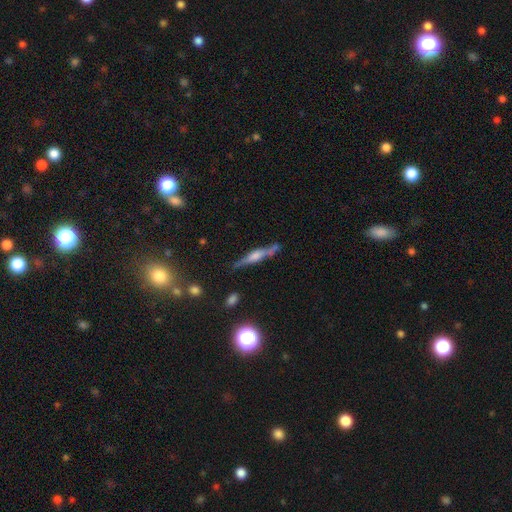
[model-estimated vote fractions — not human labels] A featured or disk galaxy (65%) viewed edge-on (95%) with a rounded central bulge (62%).

Vote fractions:
- Smooth or featured? featured or disk: 65% / smooth: 27% / star or artifact: 8%
- Edge-on disk? yes: 95% / no: 5%
- Edge-on bulge? rounded: 62% / boxy: 29% / none: 8%
- Merging? none: 76% / minor disturbance: 15% / merger: 6% / major disturbance: 4%